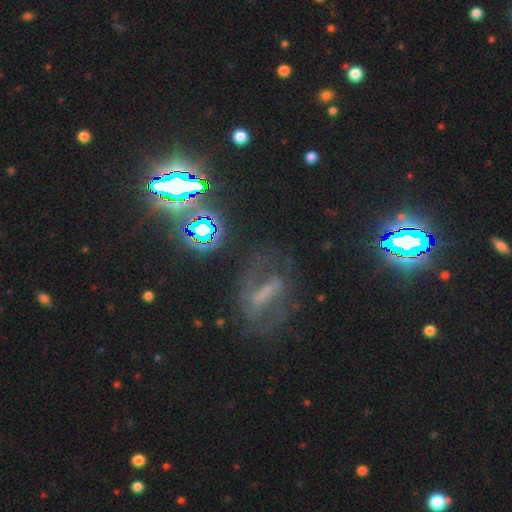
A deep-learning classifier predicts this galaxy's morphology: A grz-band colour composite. It shows a featured or disk galaxy (43%). Merging: none (68%).